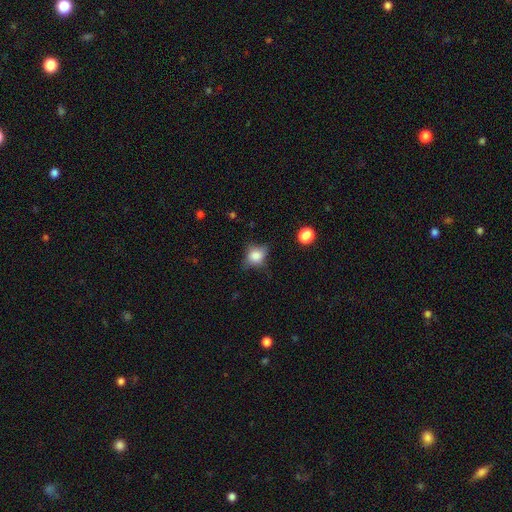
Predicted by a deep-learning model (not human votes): Q: Smooth or featured?
A: smooth (75%); runner-up: featured or disk (14%)
Q: How rounded?
A: round (57%); runner-up: in between (41%)
Q: Merging?
A: none (57%); runner-up: minor disturbance (30%)